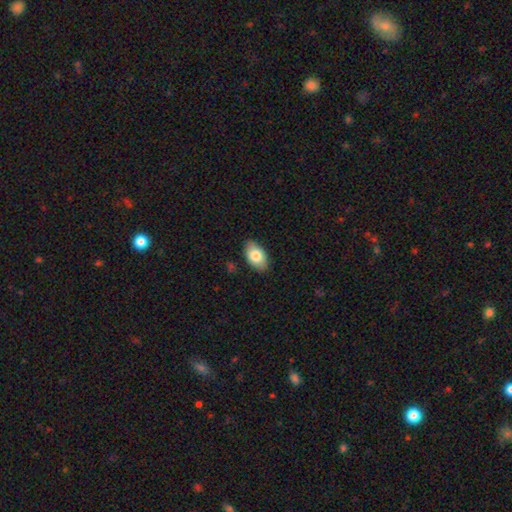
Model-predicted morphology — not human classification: type=smooth (82%); roundness=in between (93%); merging=none (85%).